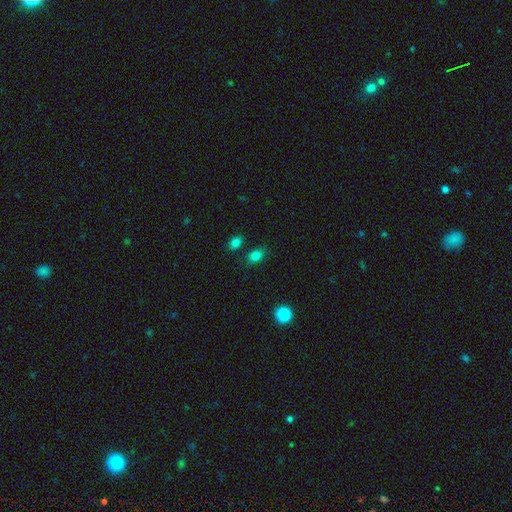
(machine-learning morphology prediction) The model was most divided on "how rounded": in between: 70%, round: 29%, cigar-shaped: 2%. More confident: smooth or featured — smooth (81%); merging — none (77%).